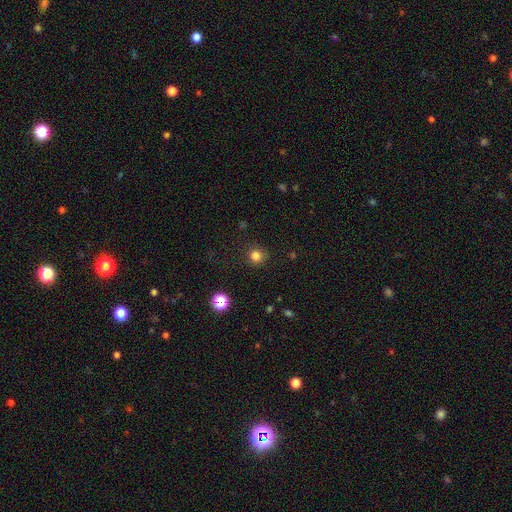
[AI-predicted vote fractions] Q: Smooth or featured?
A: smooth (81%); runner-up: star or artifact (14%)
Q: How rounded?
A: round (92%); runner-up: in between (7%)
Q: Merging?
A: none (89%); runner-up: minor disturbance (7%)